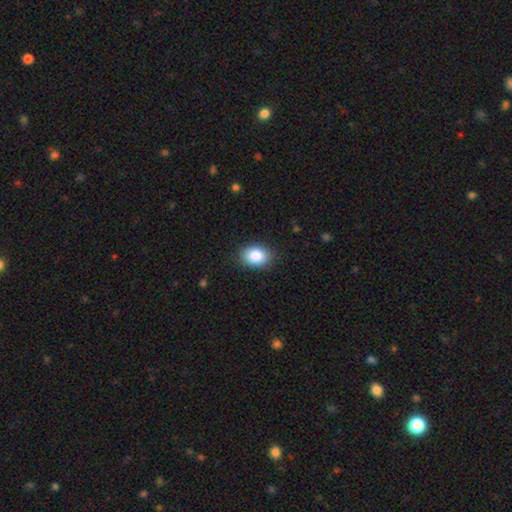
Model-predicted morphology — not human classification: This appears to be a smooth galaxy with no disk features (86%) that is in between round and cigar-shaped (76%). Merging: none (86%).